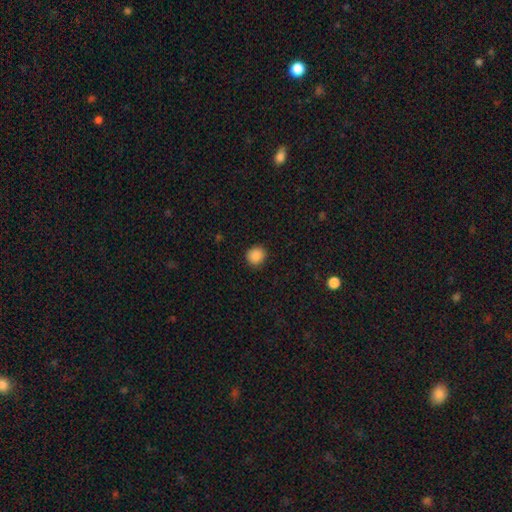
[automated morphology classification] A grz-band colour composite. It shows a smooth galaxy with no disk features (88%) that is round (84%). Merging: none (90%).